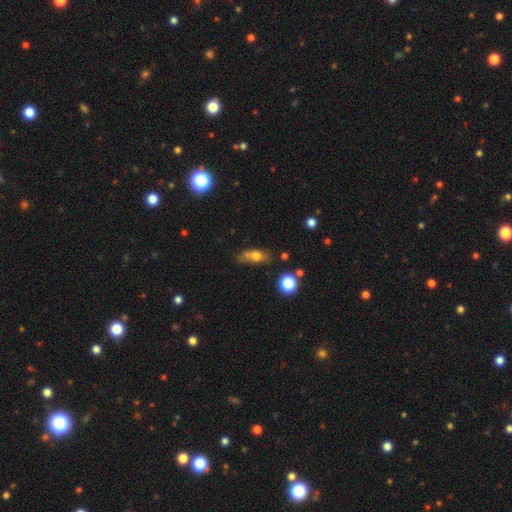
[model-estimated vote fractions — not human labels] smooth 67%, featured or disk 22%, star or artifact 11%. Down the decision tree: how rounded — in between (62%); merging — none (51%).